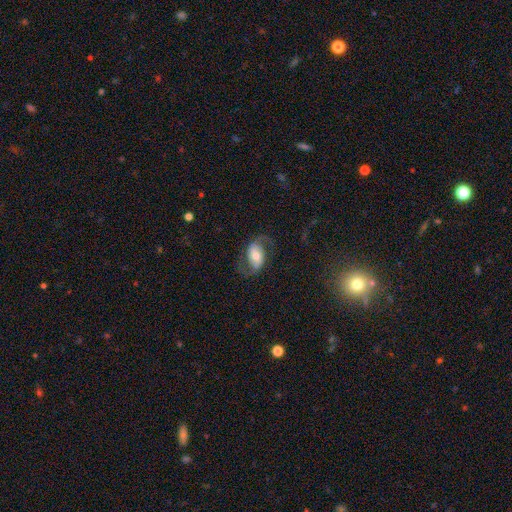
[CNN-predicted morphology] Overall: featured or disk (76%). Edge-on disk: no (97%). Bar: no (40%; weak 37%). Spiral arms: yes (93%). Spiral arm count: 2 (92%). Spiral winding: loose (52%; medium 39%). Bulge size: moderate (56%; small 28%). Merging: none (70%).